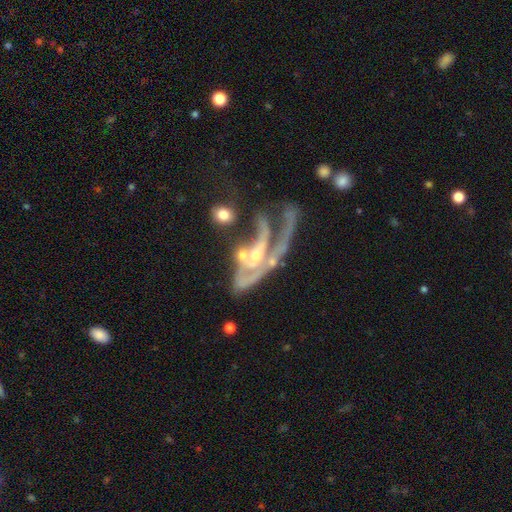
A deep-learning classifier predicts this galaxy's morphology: Smooth or featured: featured or disk — 77% (smooth — 12%)
Edge-on disk: no — 87% (yes — 13%)
Bar: no — 63% (weak — 24%)
Spiral arms: yes — 71% (no — 29%)
Bulge size: small — 48% (moderate — 37%)
Merging: merger — 36% (major disturbance — 35%)